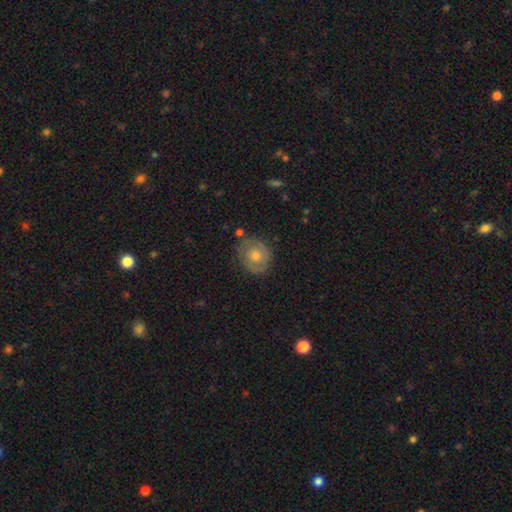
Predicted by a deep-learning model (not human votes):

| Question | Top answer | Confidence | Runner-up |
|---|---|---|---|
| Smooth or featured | featured or disk | 46% | smooth (45%) |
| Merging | none | 78% | minor disturbance (16%) |